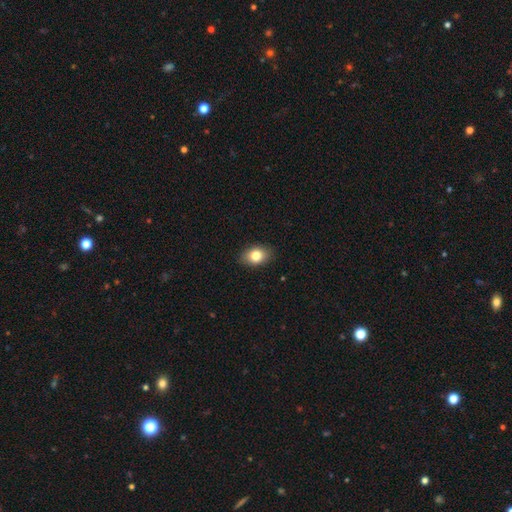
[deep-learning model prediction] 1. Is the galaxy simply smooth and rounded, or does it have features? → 81% smooth, 10% featured or disk, 9% star or artifact.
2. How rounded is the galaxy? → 74% in between, 25% round, 1% cigar-shaped.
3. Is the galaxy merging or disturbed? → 87% none, 10% minor disturbance, 2% major disturbance, 1% merger.